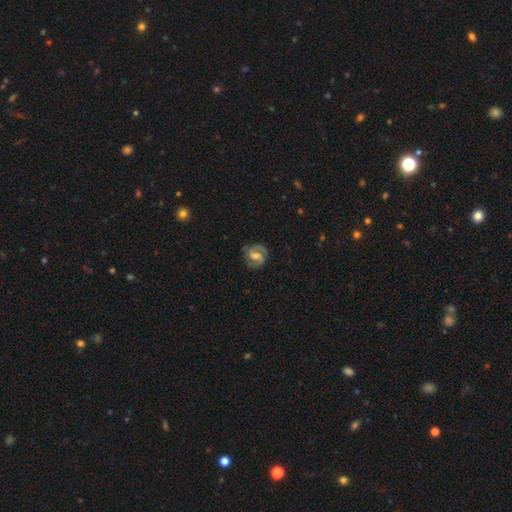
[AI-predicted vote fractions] This appears to be a featured or disk galaxy (73%) with a weak bar (52%), 2 (84%) medium (49%) spiral arms (93%) and a moderate central bulge (50%). Merging: none (77%).